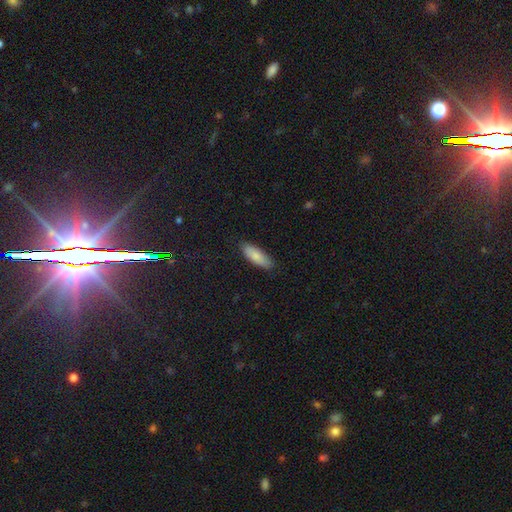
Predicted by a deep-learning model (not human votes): This appears to be a smooth galaxy with no disk features (84%) that is in between round and cigar-shaped (67%). Merging: none (87%).